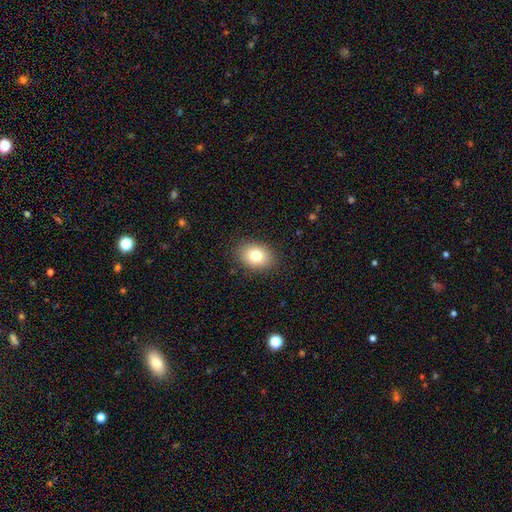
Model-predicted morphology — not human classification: smooth_or_featured: smooth (p=0.81) [alt: featured or disk p=0.10]
how_rounded: in between (p=0.67) [alt: round p=0.32]
merging: none (p=0.87) [alt: minor disturbance p=0.09]